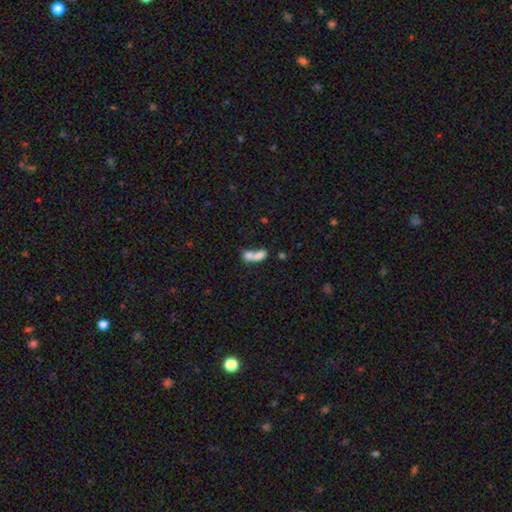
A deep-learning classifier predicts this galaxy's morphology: A smooth galaxy with no disk features (71%) that is in between round and cigar-shaped (72%).

Vote fractions:
- Smooth or featured? smooth: 71% / featured or disk: 19% / star or artifact: 10%
- How rounded? in between: 72% / cigar-shaped: 14% / round: 14%
- Merging? merger: 73% / none: 16% / minor disturbance: 6% / major disturbance: 6%